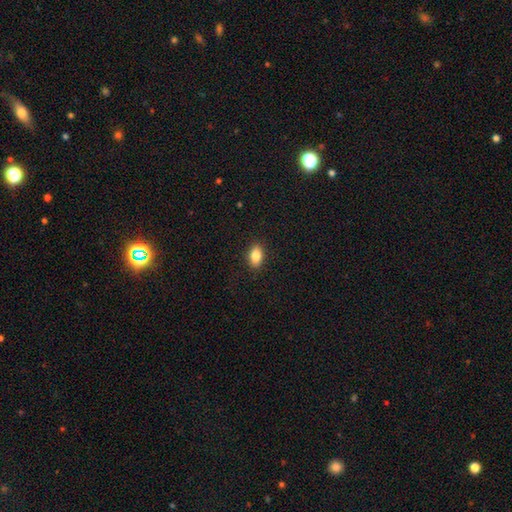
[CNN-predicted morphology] Smooth or featured? Predicted: smooth (p=0.85). How rounded? Predicted: in between (p=0.88). Merging? Predicted: none (p=0.89).